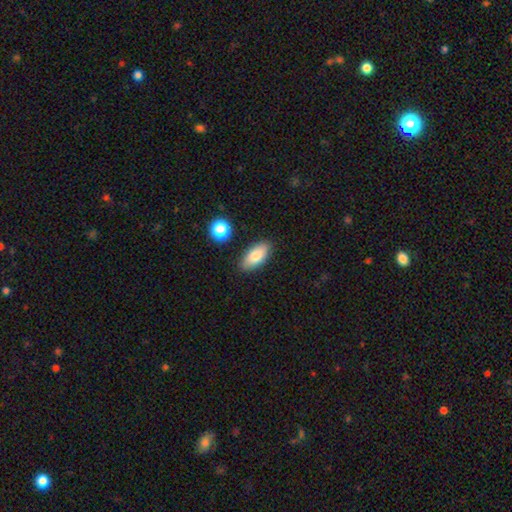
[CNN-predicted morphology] This appears to be a smooth galaxy with no disk features (80%) that is in between round and cigar-shaped (86%). Merging: none (86%).